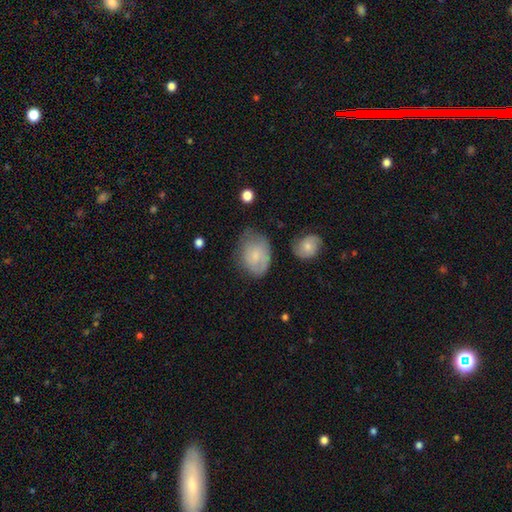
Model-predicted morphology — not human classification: A smooth galaxy with no disk features (64%) that is in between round and cigar-shaped (73%).

Vote fractions:
- Smooth or featured? smooth: 64% / featured or disk: 28% / star or artifact: 8%
- How rounded? in between: 73% / round: 26% / cigar-shaped: 1%
- Merging? none: 52% / minor disturbance: 31% / major disturbance: 13% / merger: 3%